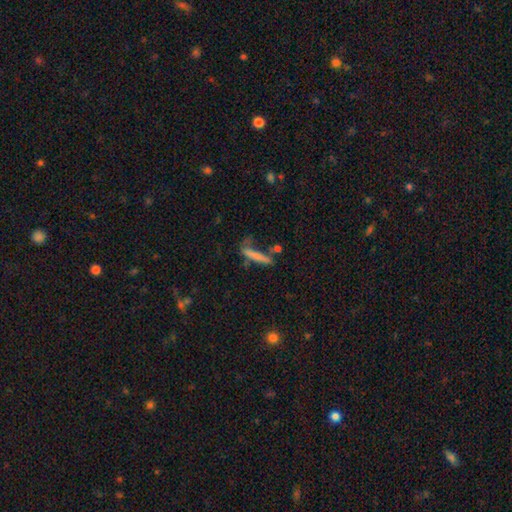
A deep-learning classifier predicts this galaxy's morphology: This is likely a smooth galaxy (69%). How rounded: clearly cigar-shaped (90%). Merging: possibly none (48%).